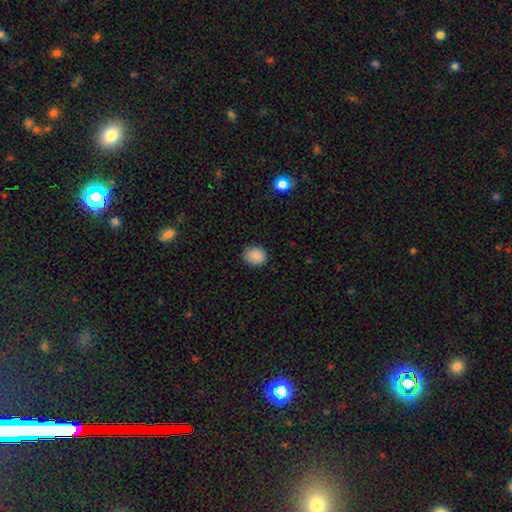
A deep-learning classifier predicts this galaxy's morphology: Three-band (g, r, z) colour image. It shows a smooth galaxy with no disk features (89%) that is round (59%). Merging: none (86%).